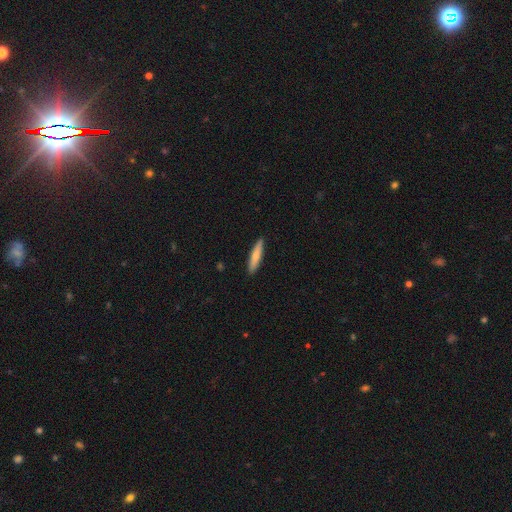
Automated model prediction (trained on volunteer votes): Smooth or featured? Predicted: smooth (p=0.71). How rounded? Predicted: cigar-shaped (p=0.85). Merging? Predicted: none (p=0.91).